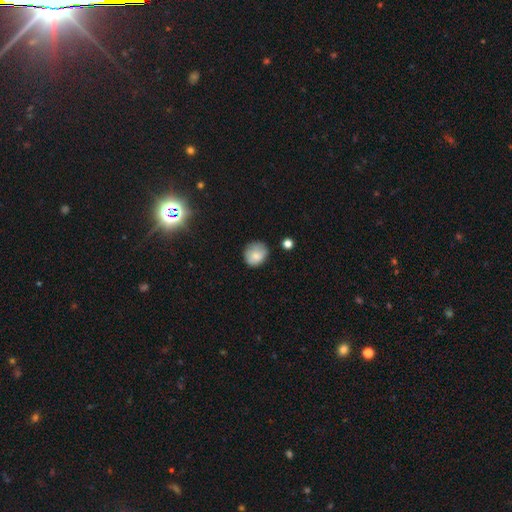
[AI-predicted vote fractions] This appears to be a smooth galaxy with no disk features (81%) that is round (71%). Merging: none (66%).